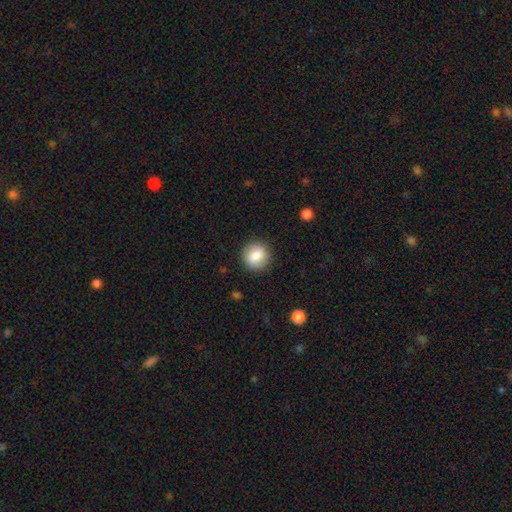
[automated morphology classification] A smooth galaxy with no disk features (85%) that is round (87%). Merging: none (89%).